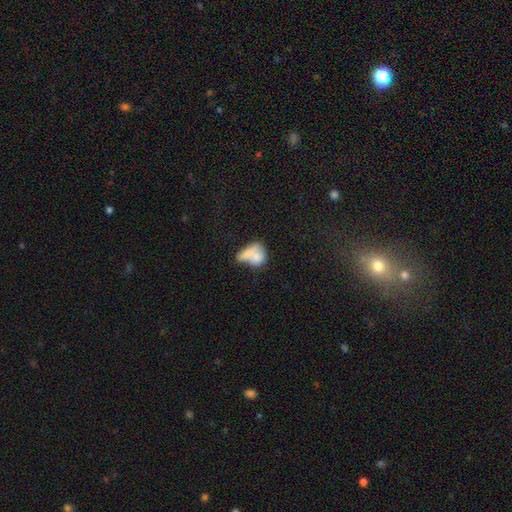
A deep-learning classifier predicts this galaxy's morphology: Smooth or featured?
  - smooth: 67% *
  - featured or disk: 23%
  - star or artifact: 10%
How rounded?
  - in between: 62% *
  - round: 34%
  - cigar-shaped: 4%
Merging?
  - merger: 44% *
  - none: 21%
  - major disturbance: 17%
  - minor disturbance: 17%